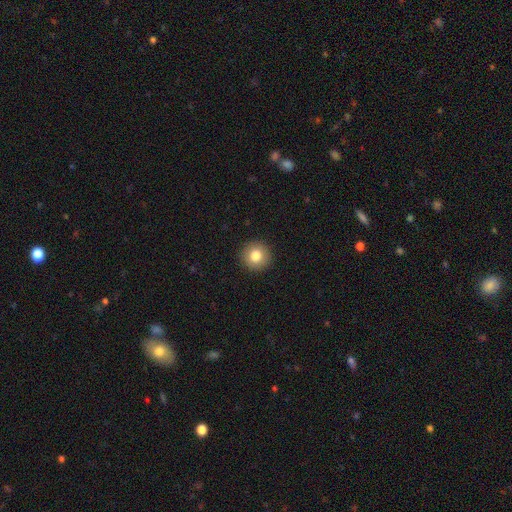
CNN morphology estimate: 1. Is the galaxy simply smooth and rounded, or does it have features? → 81% smooth, 10% star or artifact, 9% featured or disk.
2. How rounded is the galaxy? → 95% round, 4% in between, 1% cigar-shaped.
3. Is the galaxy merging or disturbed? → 93% none, 5% minor disturbance, 2% major disturbance, 1% merger.